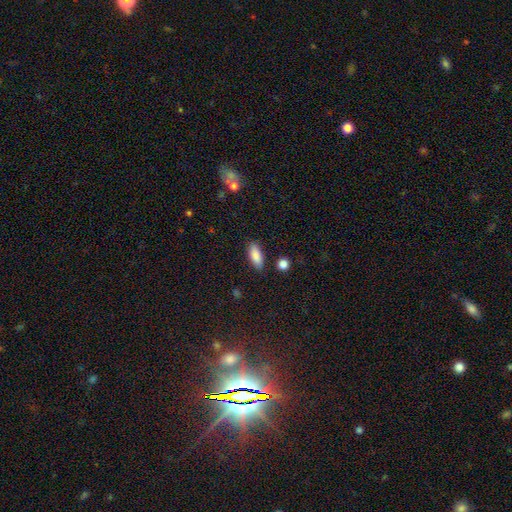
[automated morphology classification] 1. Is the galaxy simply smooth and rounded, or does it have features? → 87% smooth, 7% star or artifact, 7% featured or disk.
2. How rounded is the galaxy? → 75% in between, 22% cigar-shaped, 3% round.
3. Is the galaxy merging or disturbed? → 83% none, 12% minor disturbance, 3% major disturbance, 3% merger.